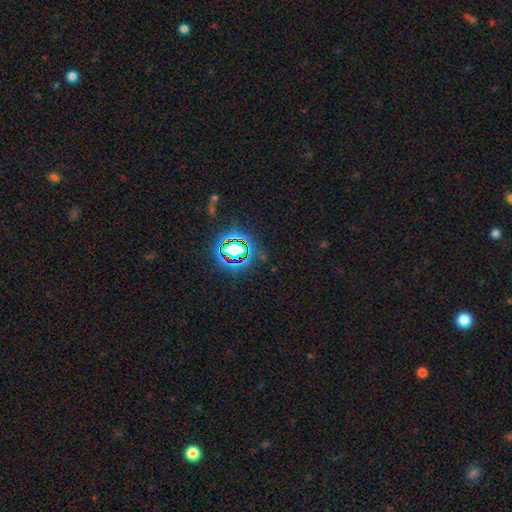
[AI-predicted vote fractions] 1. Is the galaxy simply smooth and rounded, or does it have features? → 77% star or artifact, 14% smooth, 9% featured or disk.